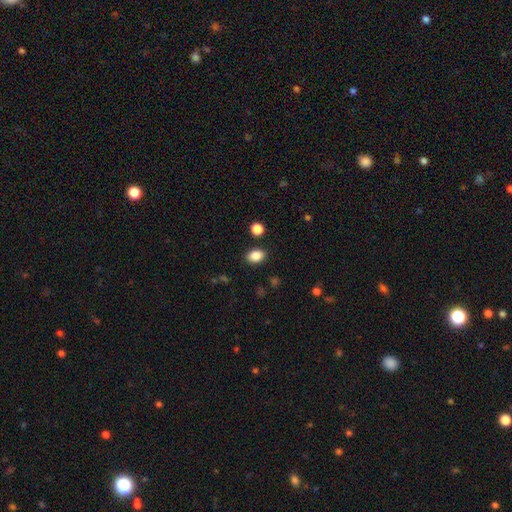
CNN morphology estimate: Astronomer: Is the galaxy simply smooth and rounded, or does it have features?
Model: smooth — 87%.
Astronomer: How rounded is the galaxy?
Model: in between — 75%.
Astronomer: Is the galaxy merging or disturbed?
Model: none — 87%.